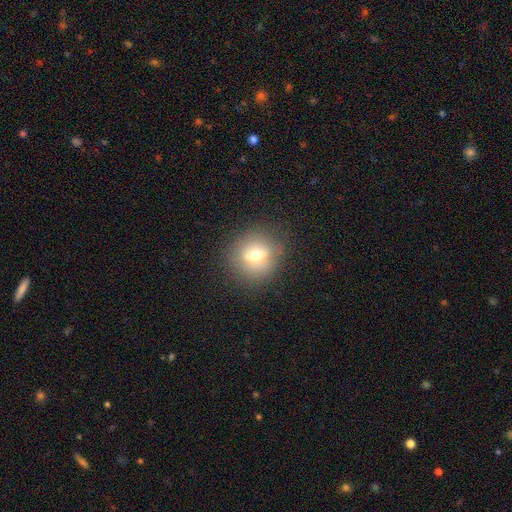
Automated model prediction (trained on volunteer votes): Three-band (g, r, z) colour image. It shows a smooth galaxy with no disk features (60%) that is round (88%). Merging: none (83%).